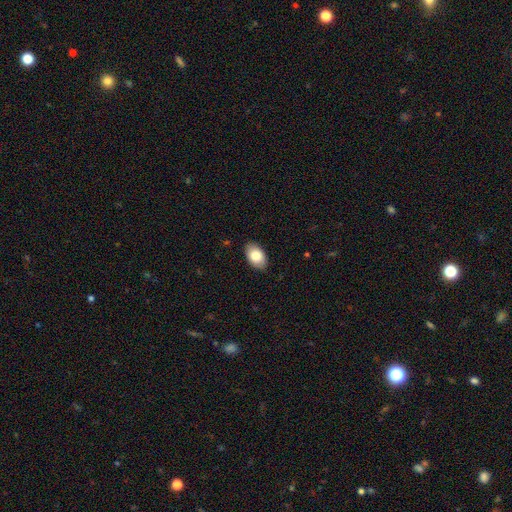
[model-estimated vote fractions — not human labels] Smooth or featured? smooth (82%)
How rounded? in between (92%)
Merging? none (87%)